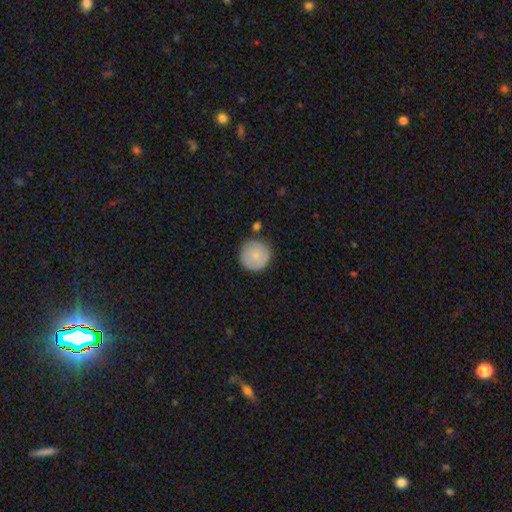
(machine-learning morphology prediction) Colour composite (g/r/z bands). It shows a smooth galaxy with no disk features (83%) that is round (95%). Merging: none (82%).